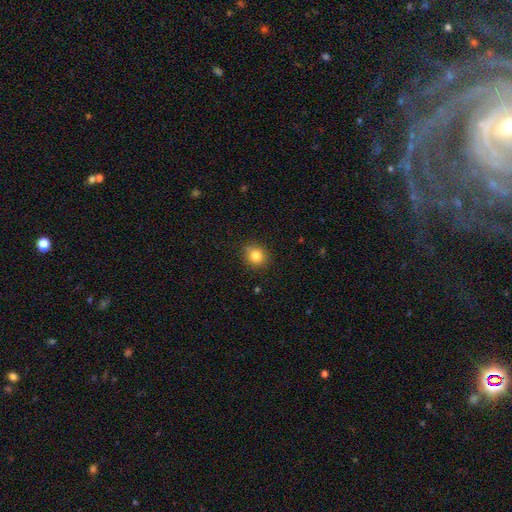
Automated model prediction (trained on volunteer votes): The model was most divided on "how rounded": round: 83%, in between: 16%, cigar-shaped: 1%. More confident: merging — none (86%); smooth or featured — smooth (83%).